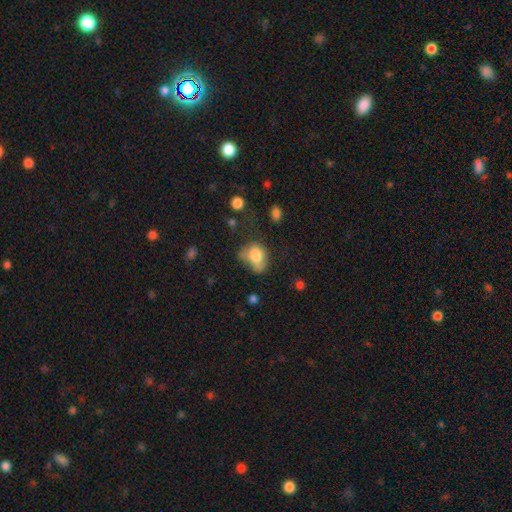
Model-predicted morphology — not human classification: Overall: smooth (75%). How rounded: in between (69%; round 30%). Merging: minor disturbance (34%; none 30%).